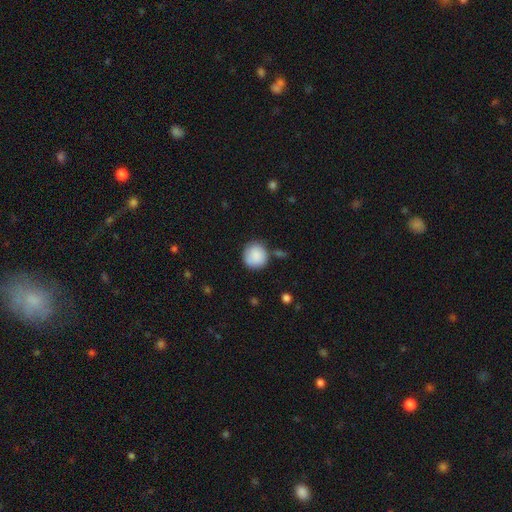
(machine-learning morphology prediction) smooth-or-featured: smooth: 86% | star or artifact: 7% | featured or disk: 7%
  how-rounded: round: 91% | in between: 9% | cigar-shaped: 1%
  merging: none: 74% | minor disturbance: 16% | merger: 5% | major disturbance: 5%